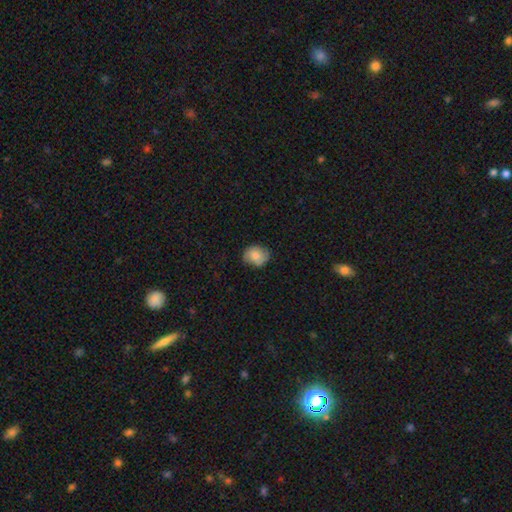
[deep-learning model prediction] Smooth or featured? Predicted: smooth (p=0.72). How rounded? Predicted: round (p=0.60). Merging? Predicted: none (p=0.76).